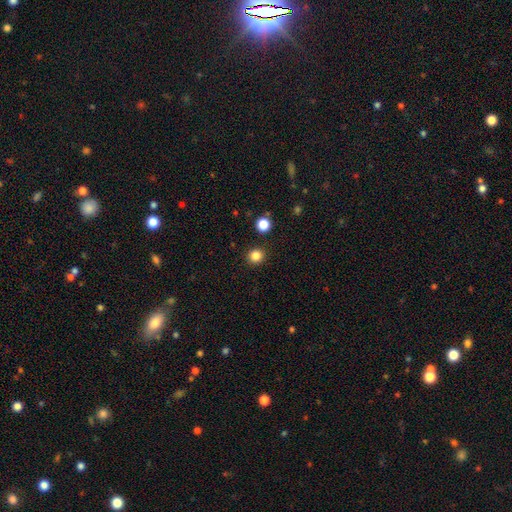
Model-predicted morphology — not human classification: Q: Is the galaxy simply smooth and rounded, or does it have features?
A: smooth — 84%.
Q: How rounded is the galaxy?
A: round — 90%.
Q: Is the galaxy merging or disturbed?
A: none — 91%.